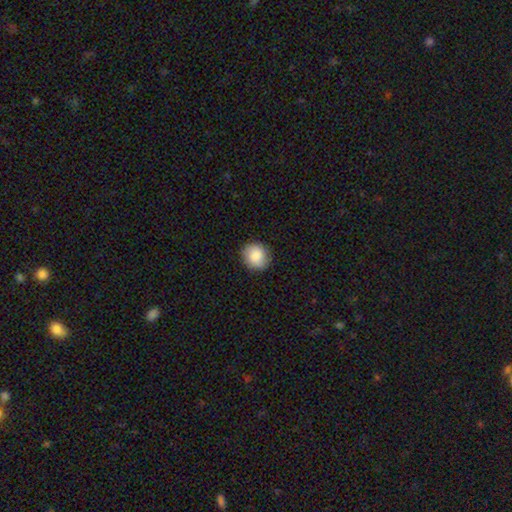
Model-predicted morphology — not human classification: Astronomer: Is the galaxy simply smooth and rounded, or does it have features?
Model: smooth — 86%.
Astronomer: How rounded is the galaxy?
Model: round — 84%.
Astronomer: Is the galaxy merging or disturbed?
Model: none — 87%.